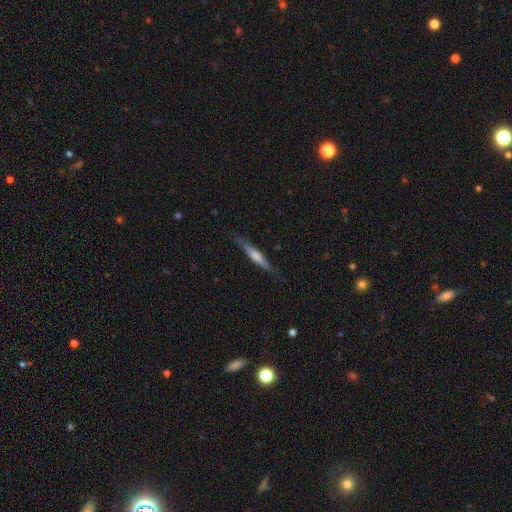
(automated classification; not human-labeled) Smooth or featured?
  - featured or disk: 60% *
  - smooth: 34%
  - star or artifact: 6%
Edge-on disk?
  - yes: 96% *
  - no: 4%
Edge-on bulge?
  - rounded: 55% *
  - none: 25%
  - boxy: 19%
Merging?
  - none: 84% *
  - minor disturbance: 12%
  - major disturbance: 2%
  - merger: 1%